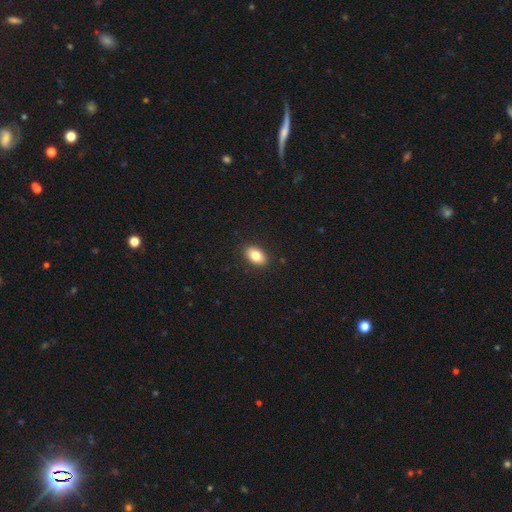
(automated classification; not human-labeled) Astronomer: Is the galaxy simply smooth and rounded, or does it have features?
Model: smooth — 82%.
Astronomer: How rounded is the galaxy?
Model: in between — 90%.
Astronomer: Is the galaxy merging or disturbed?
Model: none — 90%.